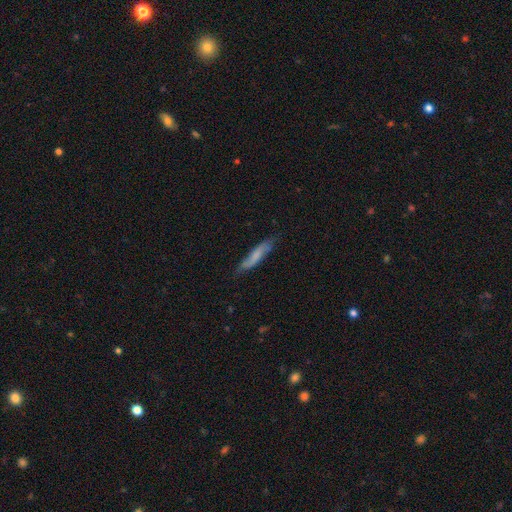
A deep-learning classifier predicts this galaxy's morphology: type=smooth (62%); roundness=cigar-shaped (85%); merging=none (72%).